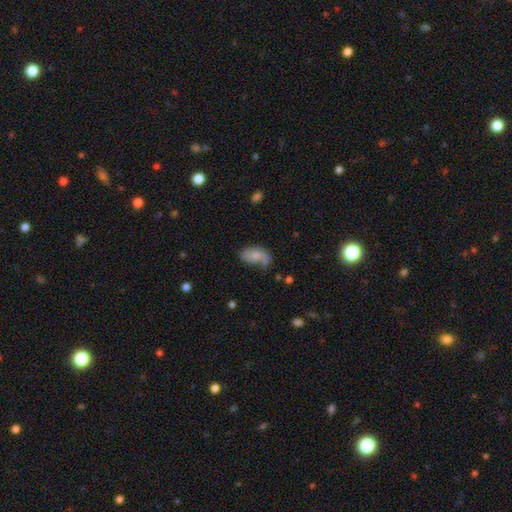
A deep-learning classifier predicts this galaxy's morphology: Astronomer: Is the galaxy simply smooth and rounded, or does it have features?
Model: smooth — 61%.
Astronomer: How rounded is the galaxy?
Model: in between — 90%.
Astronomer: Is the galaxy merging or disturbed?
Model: none — 45% (runner-up: minor disturbance, 34%).